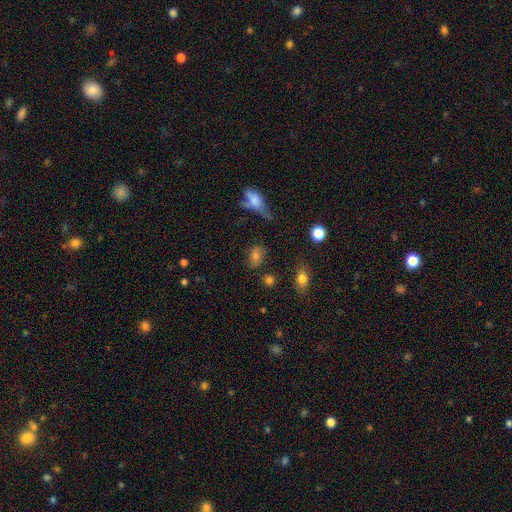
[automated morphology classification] smooth 60%, star or artifact 20%, featured or disk 20%. Down the decision tree: how rounded — in between (69%); merging — none (67%).